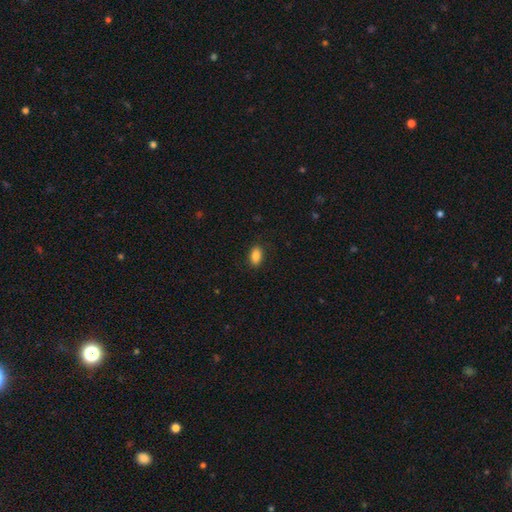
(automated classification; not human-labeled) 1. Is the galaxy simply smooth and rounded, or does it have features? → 87% smooth, 8% star or artifact, 5% featured or disk.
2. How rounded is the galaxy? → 90% in between, 7% round, 3% cigar-shaped.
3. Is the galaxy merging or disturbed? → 88% none, 9% minor disturbance, 2% major disturbance, 1% merger.